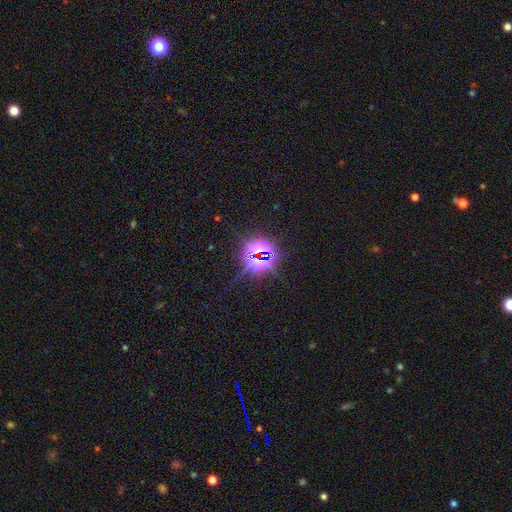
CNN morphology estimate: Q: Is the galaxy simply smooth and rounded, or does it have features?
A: star or artifact — 78%.